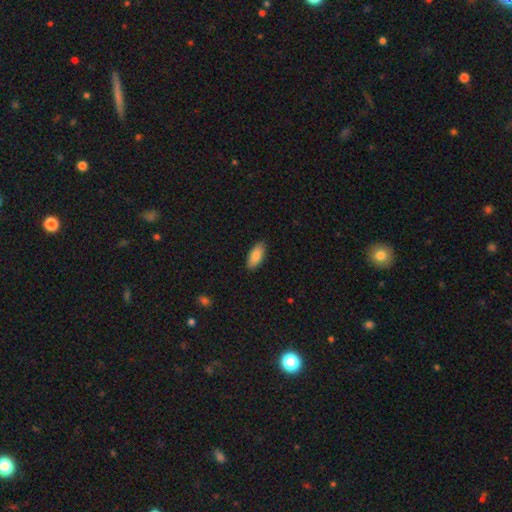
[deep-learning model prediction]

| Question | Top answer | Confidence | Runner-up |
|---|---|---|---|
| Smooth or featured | smooth | 85% | featured or disk (9%) |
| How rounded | in between | 86% | cigar-shaped (12%) |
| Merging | none | 88% | minor disturbance (9%) |